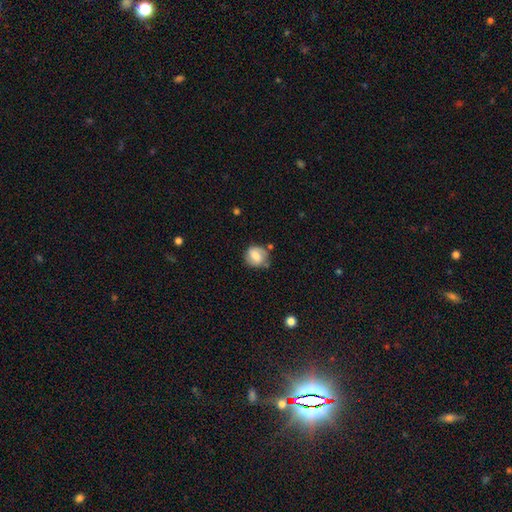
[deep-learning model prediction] Smooth or featured? smooth (58%)
How rounded? round (75%)
Merging? none (63%)